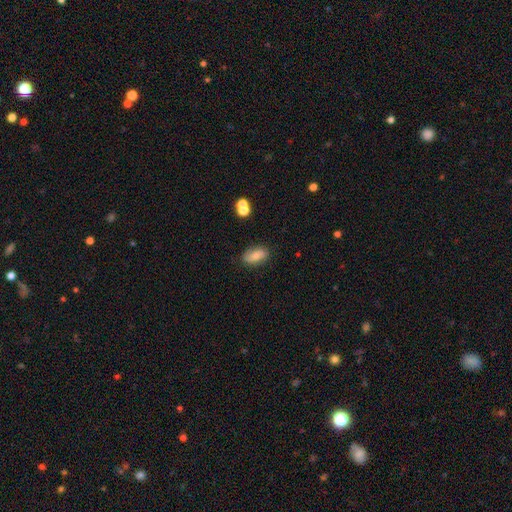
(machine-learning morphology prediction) smooth 62%, featured or disk 29%, star or artifact 9%. Down the decision tree: how rounded — in between (88%); merging — none (78%).